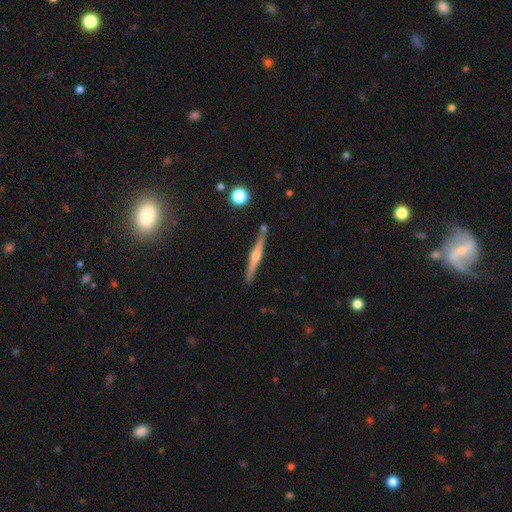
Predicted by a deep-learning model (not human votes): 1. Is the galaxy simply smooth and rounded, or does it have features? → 78% featured or disk, 15% smooth, 6% star or artifact.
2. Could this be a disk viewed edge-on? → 98% yes, 2% no.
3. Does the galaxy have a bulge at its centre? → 88% rounded, 6% boxy, 6% none.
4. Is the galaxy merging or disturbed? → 89% none, 7% minor disturbance, 2% merger, 2% major disturbance.